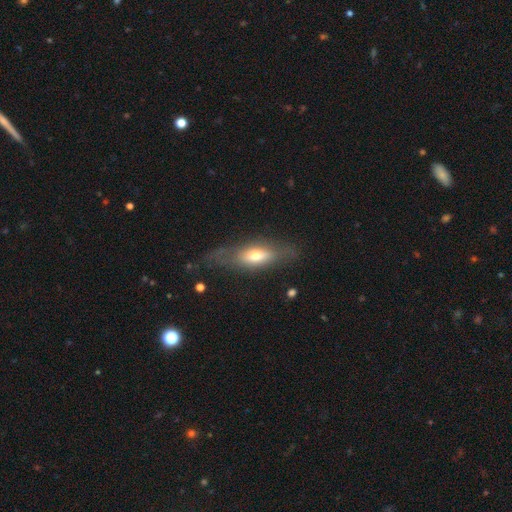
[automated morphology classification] smooth-or-featured: smooth: 50% | featured or disk: 43% | star or artifact: 7%
  merging: none: 63% | minor disturbance: 22% | major disturbance: 13% | merger: 2%